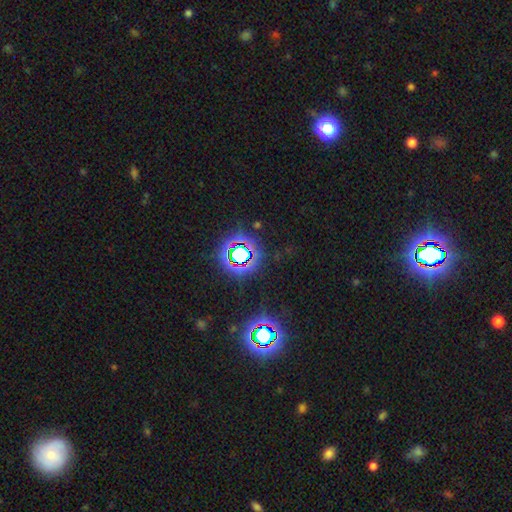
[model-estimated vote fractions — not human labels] Smooth or featured? star or artifact (78%)